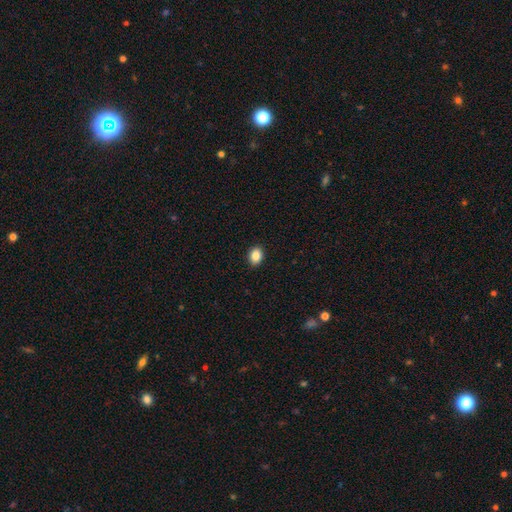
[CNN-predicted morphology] The model was most divided on "how rounded": in between: 66%, round: 33%, cigar-shaped: 1%. More confident: merging — none (91%); smooth or featured — smooth (87%).